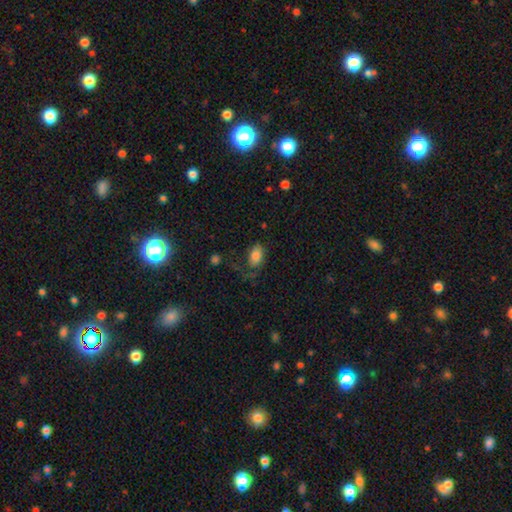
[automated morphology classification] Smooth or featured? smooth (81%)
How rounded? in between (91%)
Merging? none (52%)